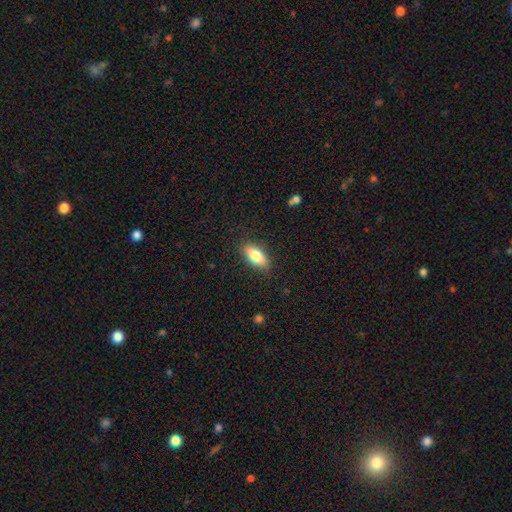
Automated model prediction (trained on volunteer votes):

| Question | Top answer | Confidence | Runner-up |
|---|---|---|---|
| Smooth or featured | smooth | 79% | featured or disk (14%) |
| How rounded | in between | 85% | cigar-shaped (12%) |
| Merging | none | 86% | minor disturbance (11%) |